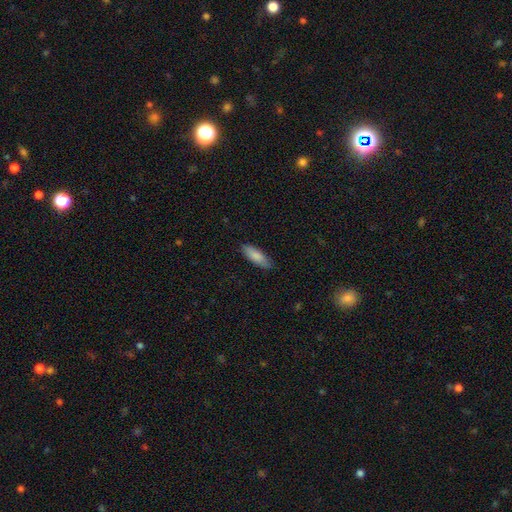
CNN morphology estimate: type=smooth (86%); roundness=in between (57%); merging=none (86%).